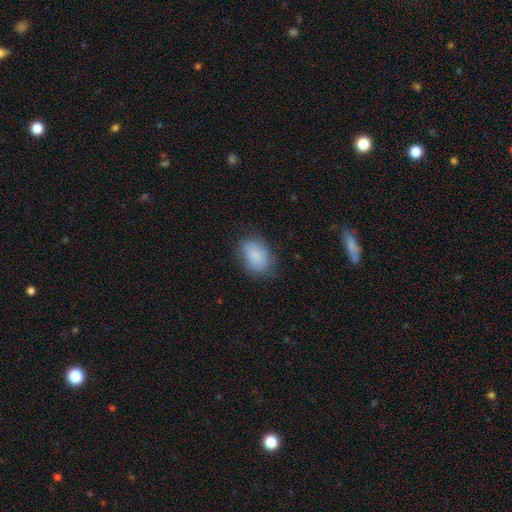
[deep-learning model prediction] Smooth or featured? Predicted: smooth (p=0.81). How rounded? Predicted: in between (p=0.81). Merging? Predicted: none (p=0.66).